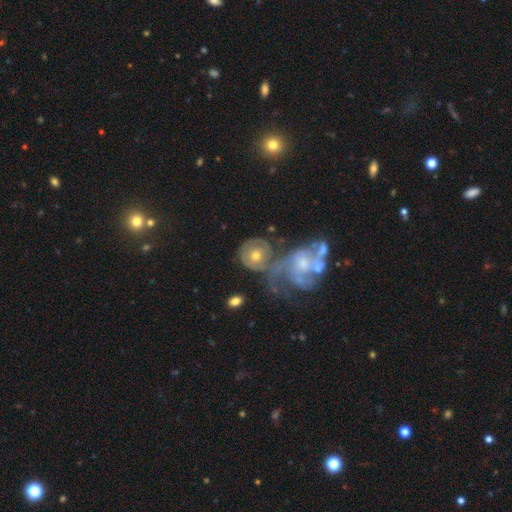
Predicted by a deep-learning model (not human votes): smooth-or-featured: featured or disk: 57% | smooth: 36% | star or artifact: 7%
  disk-edge-on: no: 96% | yes: 4%
    bar: no: 81% | weak: 15% | strong: 4%
    has-spiral-arms: yes: 60% | no: 40%
    bulge-size: moderate: 64% | small: 27% | large: 5% | none: 3% | dominant: 1%
  merging: merger: 46% | none: 30% | minor disturbance: 12% | major disturbance: 11%